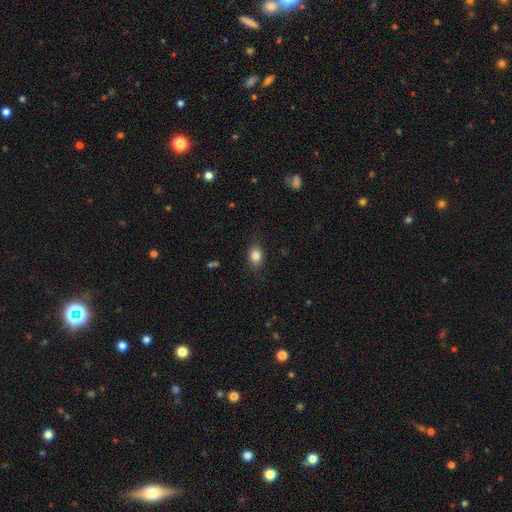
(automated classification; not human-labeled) Q: Smooth or featured?
A: smooth (84%); runner-up: star or artifact (9%)
Q: How rounded?
A: in between (75%); runner-up: round (24%)
Q: Merging?
A: none (83%); runner-up: minor disturbance (13%)